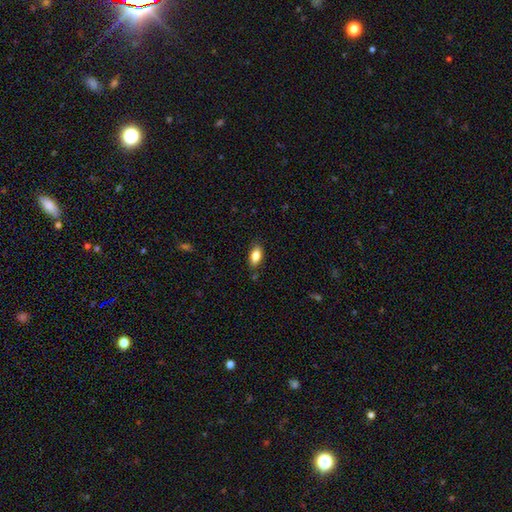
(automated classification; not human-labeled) This appears to be a smooth galaxy with no disk features (82%) that is in between round and cigar-shaped (87%). Merging: none (82%).